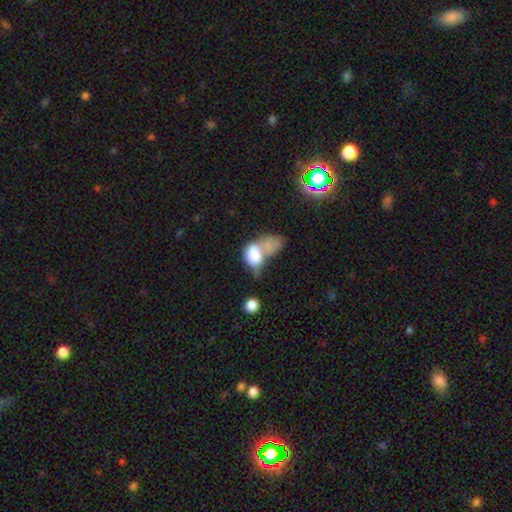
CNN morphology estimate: smooth_or_featured: smooth (p=0.69) [alt: featured or disk p=0.22]
how_rounded: in between (p=0.77) [alt: round p=0.21]
merging: merger (p=0.60) [alt: major disturbance p=0.19]